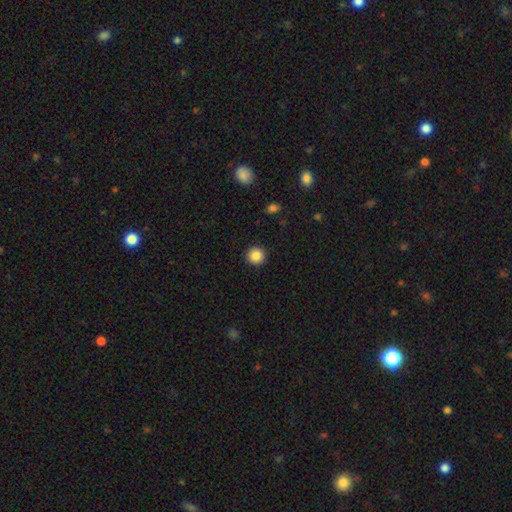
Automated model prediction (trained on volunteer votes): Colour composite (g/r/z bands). It shows a smooth galaxy with no disk features (87%) that is round (95%). Merging: none (93%).